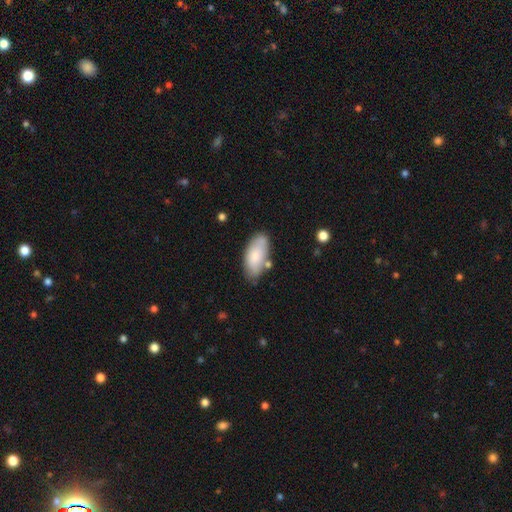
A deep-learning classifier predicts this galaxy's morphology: Smooth or featured: smooth — 78% (featured or disk — 16%)
How rounded: in between — 92% (cigar-shaped — 6%)
Merging: none — 69% (minor disturbance — 20%)